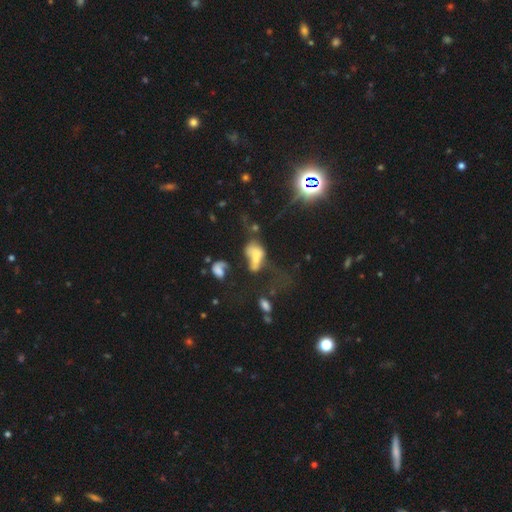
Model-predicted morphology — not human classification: smooth-or-featured: smooth: 49% | featured or disk: 33% | star or artifact: 18%
  merging: merger: 51% | major disturbance: 26% | none: 13% | minor disturbance: 10%